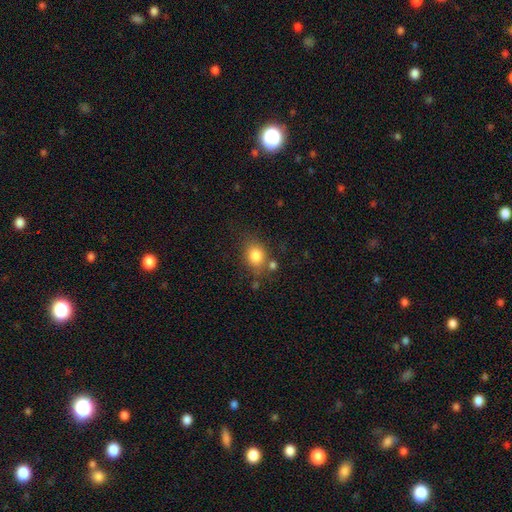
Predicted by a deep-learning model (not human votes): smooth 82%, star or artifact 10%, featured or disk 8%. Down the decision tree: how rounded — round (57%); merging — none (68%).